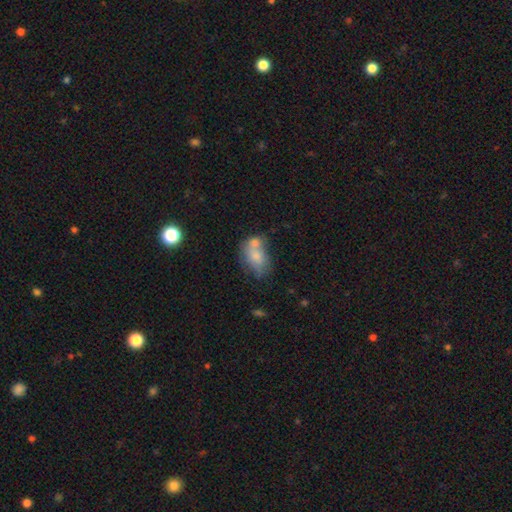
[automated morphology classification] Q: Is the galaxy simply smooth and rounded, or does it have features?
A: smooth — 68%.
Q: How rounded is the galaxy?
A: in between — 84%.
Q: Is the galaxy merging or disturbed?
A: merger — 47%.